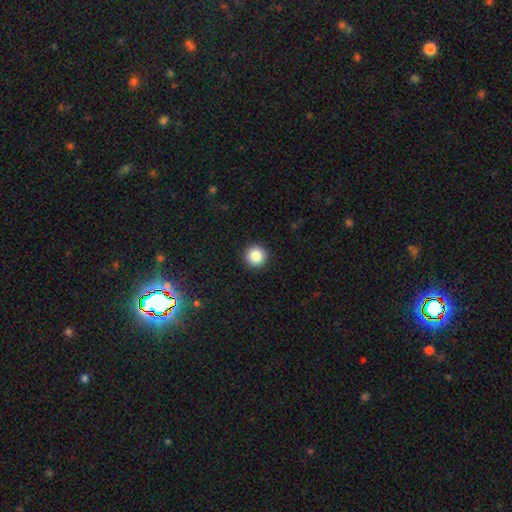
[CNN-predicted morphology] smooth_or_featured: smooth (p=0.86) [alt: star or artifact p=0.10]
how_rounded: round (p=0.96) [alt: in between p=0.03]
merging: none (p=0.93) [alt: minor disturbance p=0.04]